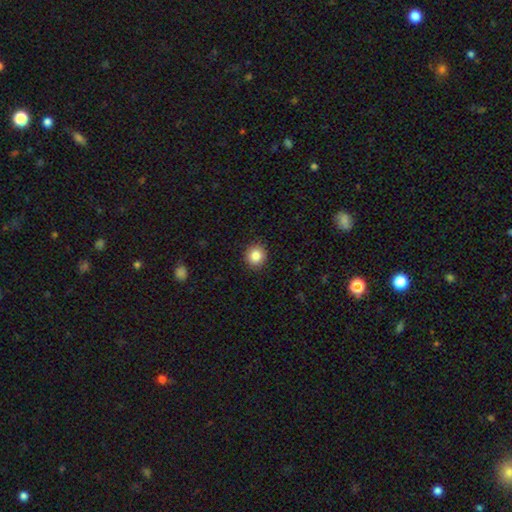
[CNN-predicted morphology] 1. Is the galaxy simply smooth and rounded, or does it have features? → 86% smooth, 9% star or artifact, 5% featured or disk.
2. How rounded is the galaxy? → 89% round, 10% in between, 1% cigar-shaped.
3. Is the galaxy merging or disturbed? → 91% none, 6% minor disturbance, 2% major disturbance, 1% merger.